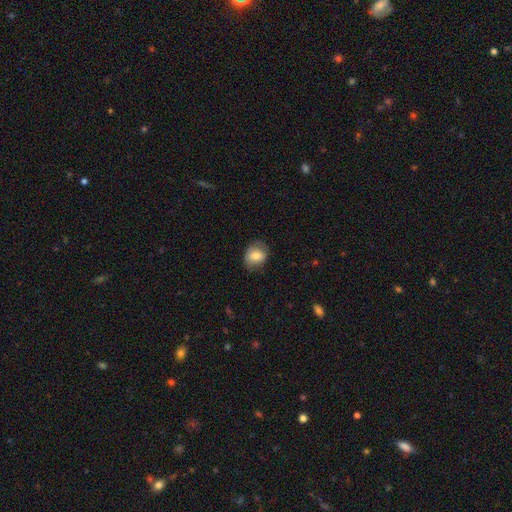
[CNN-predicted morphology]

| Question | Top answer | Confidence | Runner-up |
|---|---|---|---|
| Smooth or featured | smooth | 78% | featured or disk (15%) |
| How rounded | in between | 52% | round (47%) |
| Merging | none | 74% | minor disturbance (19%) |